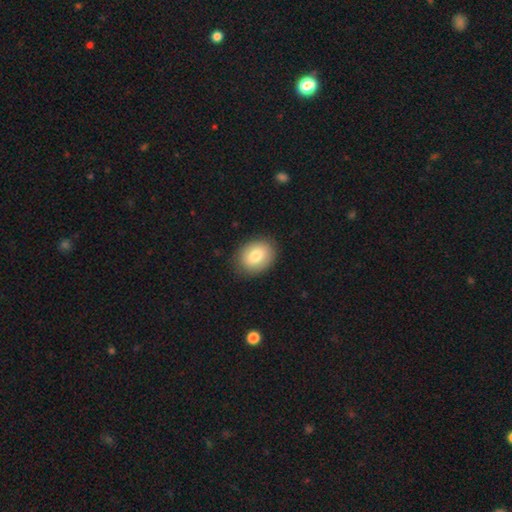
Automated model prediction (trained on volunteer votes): Morphology: type=smooth (80%); roundness=in between (61%); merging=none (86%).